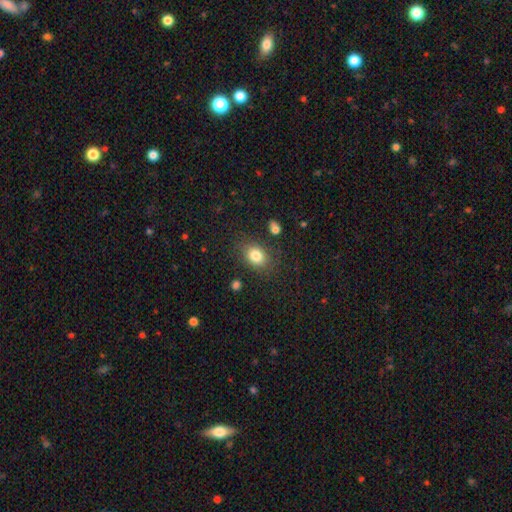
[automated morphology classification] Q: Smooth or featured?
A: smooth (81%); runner-up: star or artifact (10%)
Q: How rounded?
A: in between (69%); runner-up: round (29%)
Q: Merging?
A: none (80%); runner-up: minor disturbance (13%)